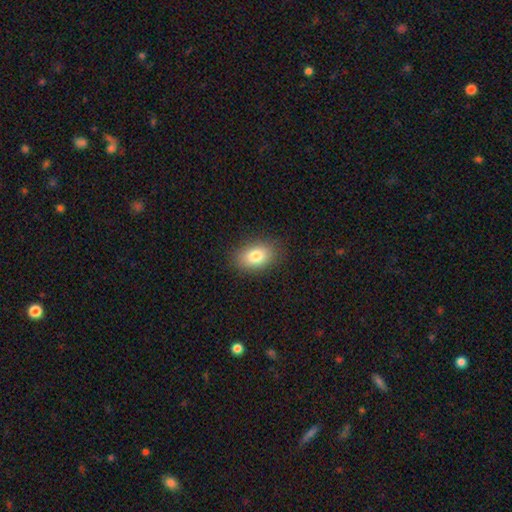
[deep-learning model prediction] Smooth or featured? Predicted: smooth (p=0.81). How rounded? Predicted: in between (p=0.85). Merging? Predicted: none (p=0.87).